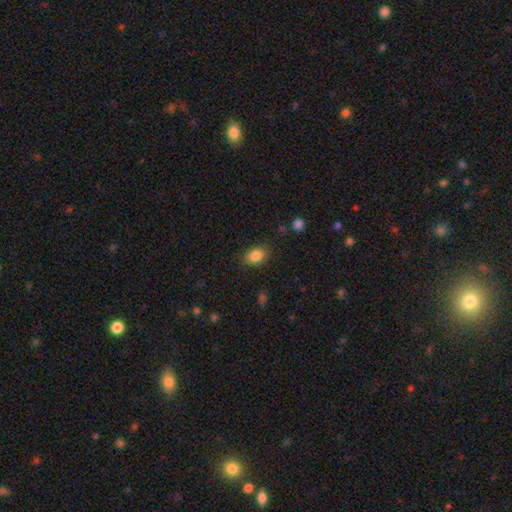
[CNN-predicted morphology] Smooth or featured: smooth — 86% (star or artifact — 9%)
How rounded: in between — 80% (round — 19%)
Merging: none — 85% (minor disturbance — 11%)